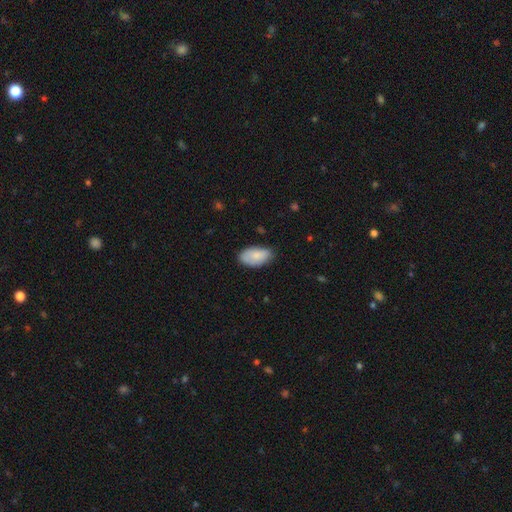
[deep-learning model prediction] smooth 82%, featured or disk 12%, star or artifact 6%. Down the decision tree: how rounded — in between (95%); merging — none (69%).